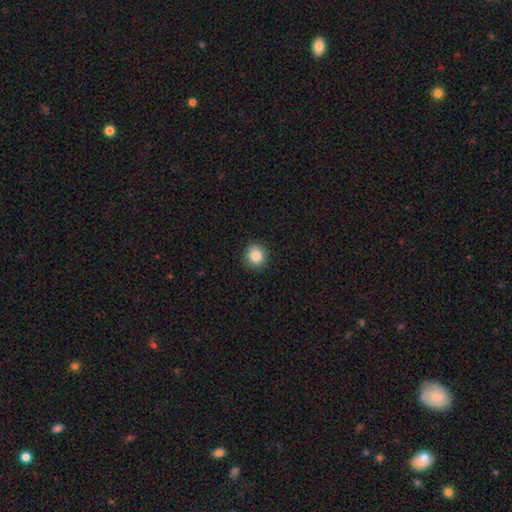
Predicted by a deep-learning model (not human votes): Morphology: type=smooth (87%); roundness=round (87%); merging=none (91%).